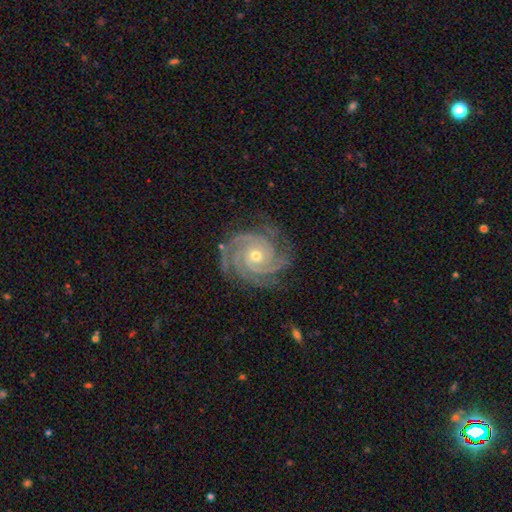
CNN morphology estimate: smooth-or-featured: featured or disk: 93% | star or artifact: 4% | smooth: 3%
  disk-edge-on: no: 98% | yes: 2%
    bar: no: 76% | weak: 17% | strong: 7%
    has-spiral-arms: yes: 99% | no: 1%
      spiral-winding: tight: 79% | medium: 19% | loose: 2%
      spiral-arm-count: 3: 43% | 4: 23% | 2: 13% | can't tell: 9% | more than 4: 7% | 1: 6%
    bulge-size: small: 51% | moderate: 46% | large: 1% | none: 1% | dominant: 1%
  merging: none: 79% | minor disturbance: 15% | major disturbance: 5% | merger: 1%